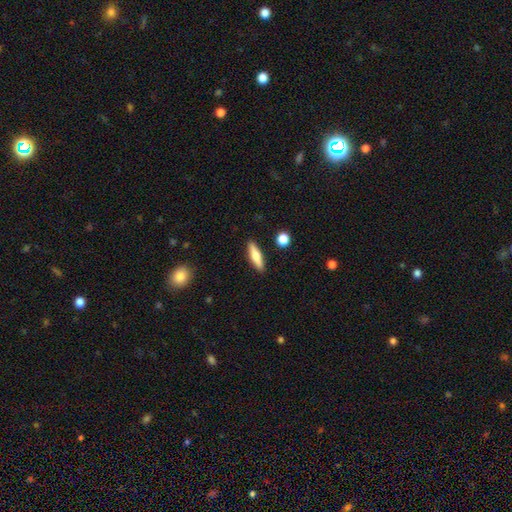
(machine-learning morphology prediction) Smooth or featured? Predicted: smooth (p=0.60). How rounded? Predicted: cigar-shaped (p=0.71). Merging? Predicted: none (p=0.89).